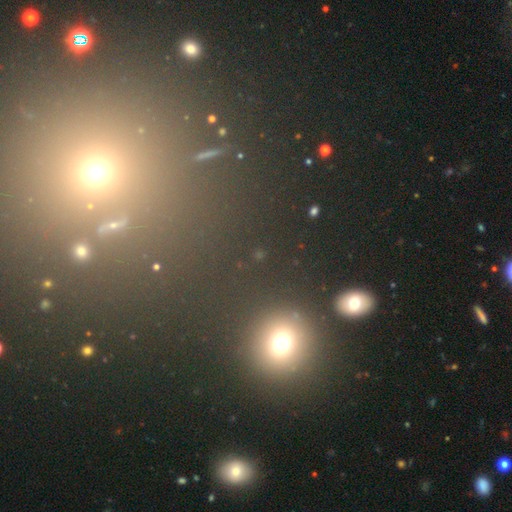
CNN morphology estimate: A smooth galaxy with no disk features (57%) that is round (82%). Merging: none (86%).